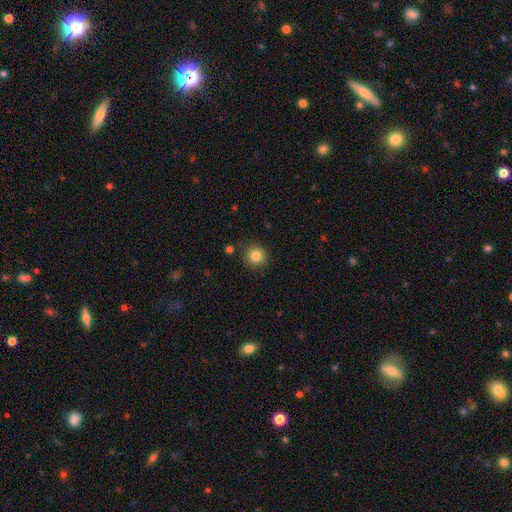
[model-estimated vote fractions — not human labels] smooth-or-featured: smooth: 83% | star or artifact: 11% | featured or disk: 6%
  how-rounded: round: 94% | in between: 5% | cigar-shaped: 1%
  merging: none: 89% | minor disturbance: 7% | major disturbance: 2% | merger: 2%